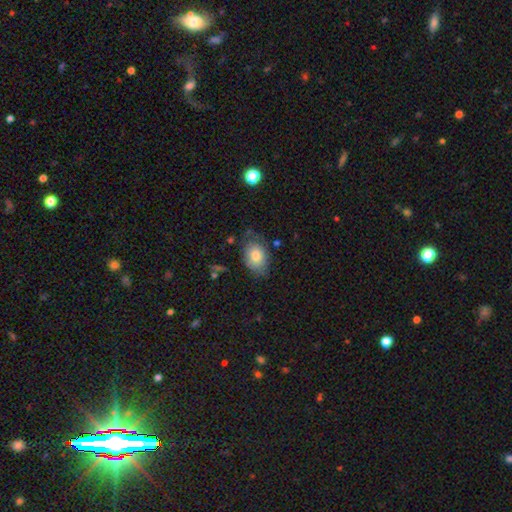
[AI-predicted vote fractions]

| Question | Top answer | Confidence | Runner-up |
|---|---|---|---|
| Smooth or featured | smooth | 79% | featured or disk (14%) |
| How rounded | in between | 81% | round (17%) |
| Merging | none | 64% | minor disturbance (26%) |